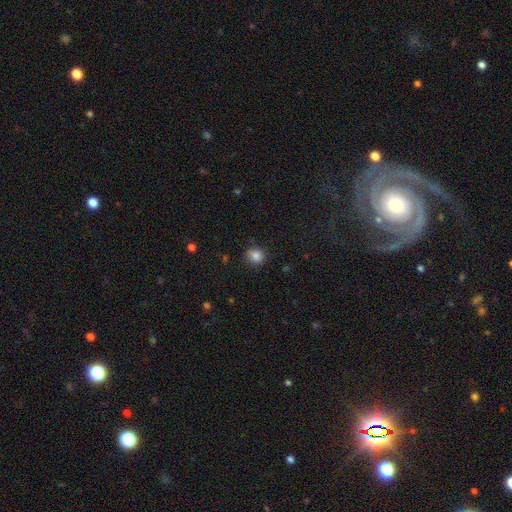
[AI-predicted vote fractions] smooth 85%, star or artifact 11%, featured or disk 5%. Down the decision tree: how rounded — round (85%); merging — none (84%).